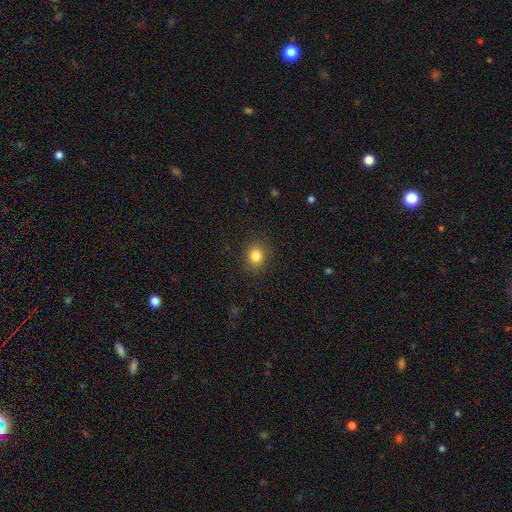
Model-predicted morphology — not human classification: Smooth or featured: smooth — 83% (star or artifact — 11%)
How rounded: round — 69% (in between — 30%)
Merging: none — 89% (minor disturbance — 7%)